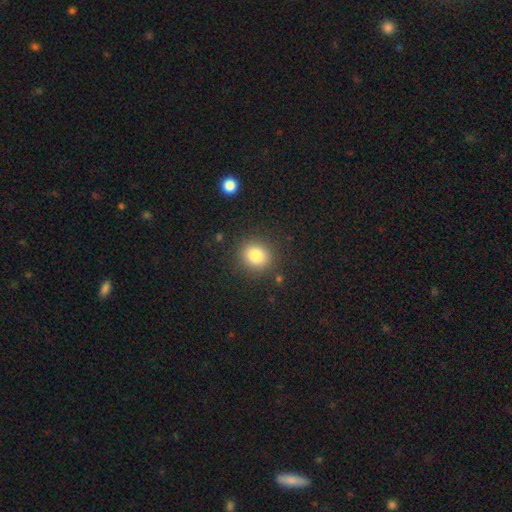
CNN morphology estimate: Smooth or featured: smooth — 82% (star or artifact — 11%)
How rounded: round — 80% (in between — 19%)
Merging: none — 87% (minor disturbance — 8%)